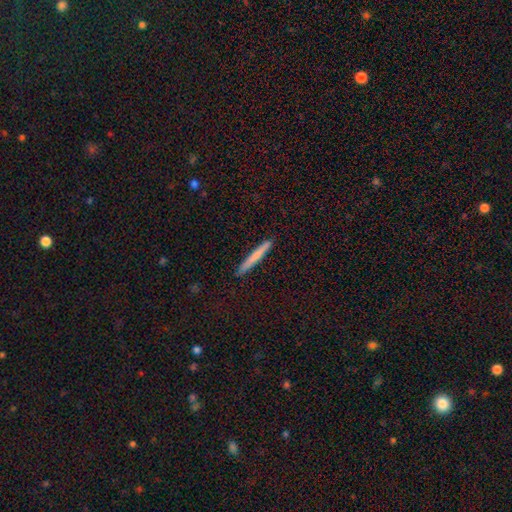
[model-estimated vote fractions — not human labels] A smooth galaxy with no disk features (68%) that is cigar-shaped (97%). Merging: none (91%).